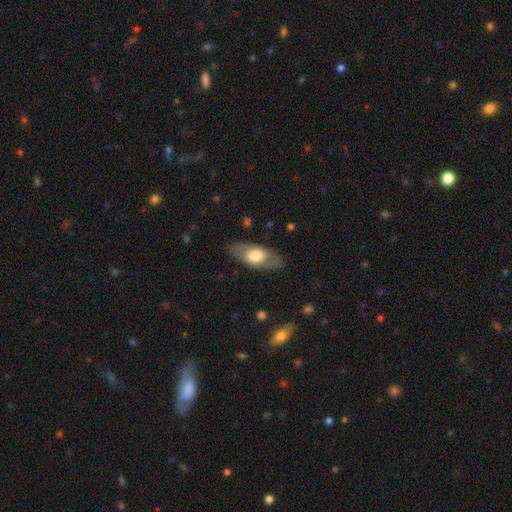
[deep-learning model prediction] Overall: smooth (56%; featured or disk 38%). How rounded: in between (84%). Merging: none (81%).